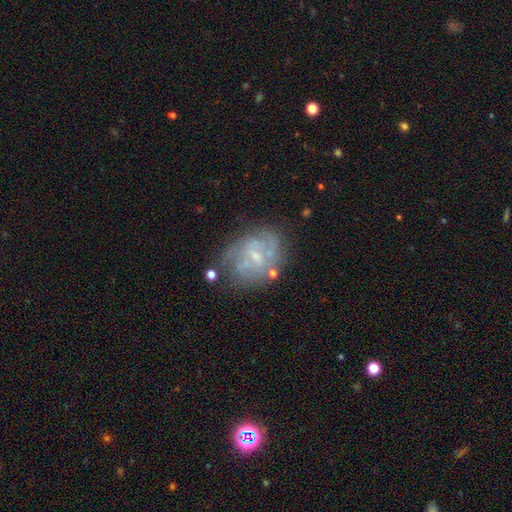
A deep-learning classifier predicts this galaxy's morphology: A featured or disk galaxy (69%) with no bar (47%), spiral arms (69%) and a small central bulge (61%).

Vote fractions:
- Smooth or featured? featured or disk: 69% / smooth: 21% / star or artifact: 10%
- Edge-on disk? no: 97% / yes: 3%
- Bar? no: 47% / weak: 45% / strong: 8%
- Spiral arms? yes: 69% / no: 31%
- Bulge size? small: 61% / moderate: 22% / none: 14% / large: 1% / dominant: 1%
- Merging? none: 58% / minor disturbance: 22% / major disturbance: 14% / merger: 6%